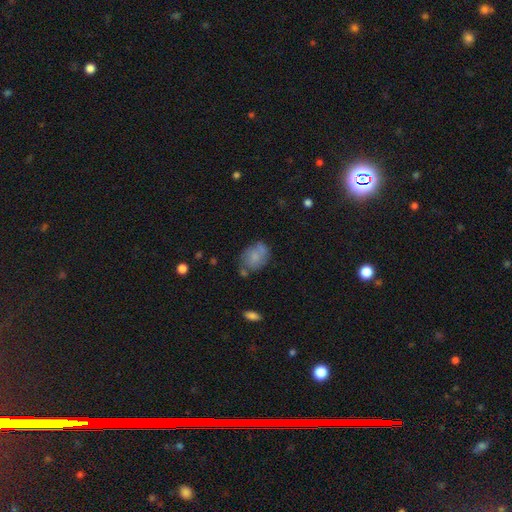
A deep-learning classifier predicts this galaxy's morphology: Smooth or featured: smooth — 71% (featured or disk — 21%)
How rounded: in between — 74% (round — 25%)
Merging: none — 52% (minor disturbance — 26%)